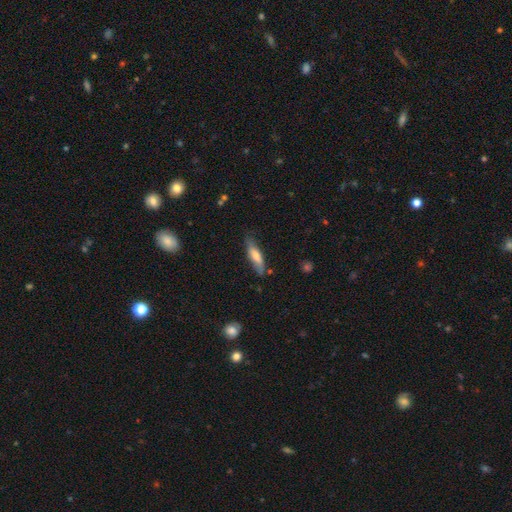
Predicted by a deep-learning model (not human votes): The model was most divided on "smooth or featured": smooth: 58%, featured or disk: 36%, star or artifact: 7%. More confident: merging — none (72%); how rounded — cigar-shaped (71%).